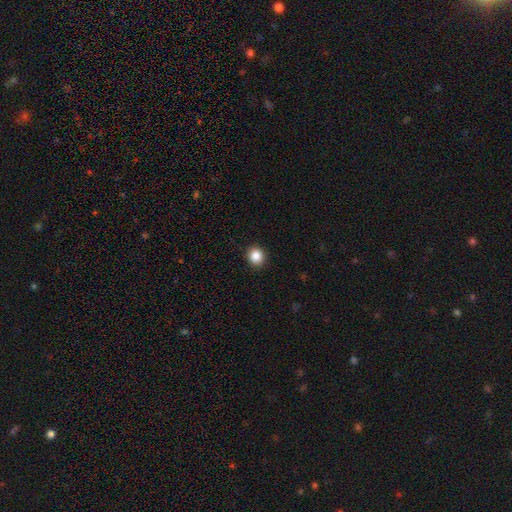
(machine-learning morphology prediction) This is clearly a smooth galaxy (87%). How rounded: clearly round (86%). Merging: clearly none (92%).